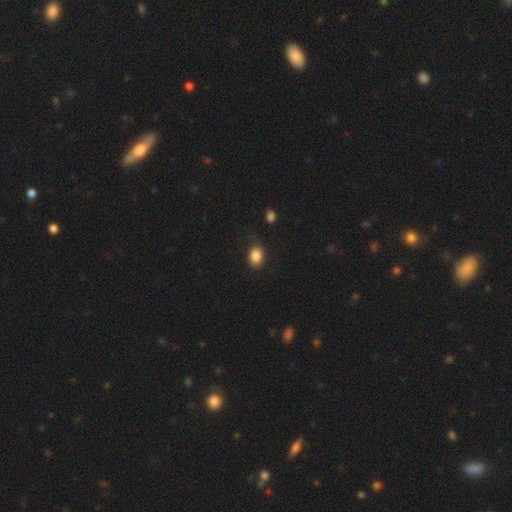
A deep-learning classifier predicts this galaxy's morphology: This is clearly a smooth galaxy (86%). How rounded: likely in between (75%). Merging: likely none (75%).